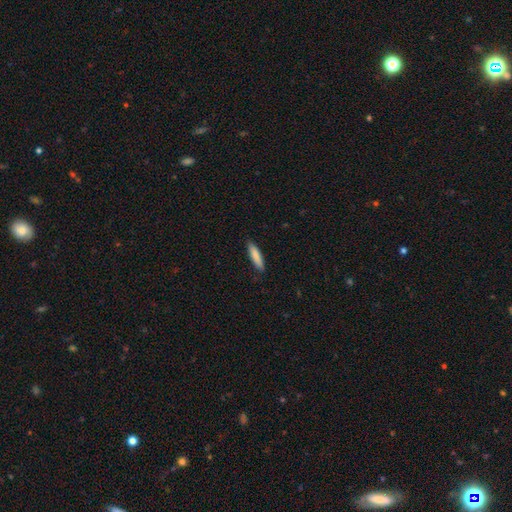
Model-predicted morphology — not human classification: Smooth or featured?
  - smooth: 84% *
  - featured or disk: 10%
  - star or artifact: 6%
How rounded?
  - cigar-shaped: 81% *
  - in between: 18%
  - round: 1%
Merging?
  - none: 87% *
  - minor disturbance: 10%
  - major disturbance: 2%
  - merger: 1%